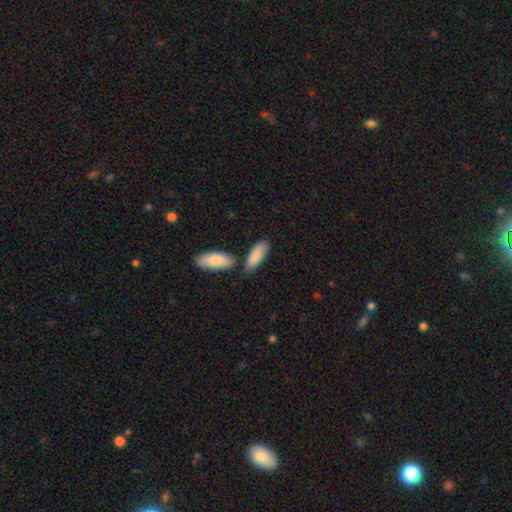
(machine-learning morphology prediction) Overall: smooth (87%). How rounded: in between (73%). Merging: none (64%).